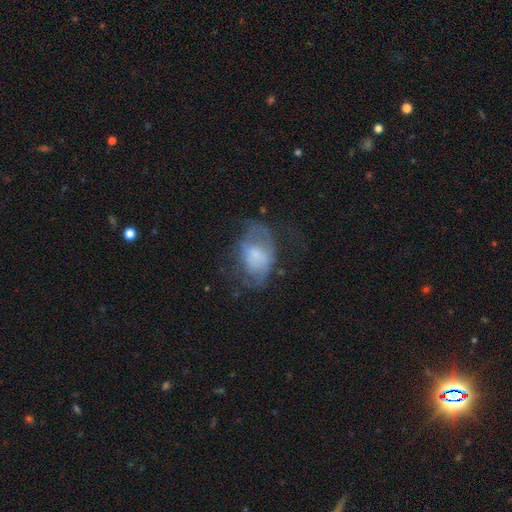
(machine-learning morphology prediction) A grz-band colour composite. It shows a featured or disk galaxy (50%). Merging: none (40%).